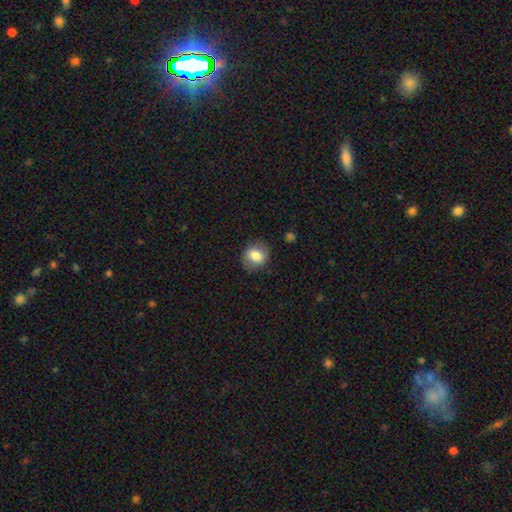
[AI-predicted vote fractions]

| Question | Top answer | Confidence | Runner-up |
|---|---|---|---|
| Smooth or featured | smooth | 74% | featured or disk (18%) |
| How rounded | round | 61% | in between (38%) |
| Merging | none | 81% | minor disturbance (14%) |